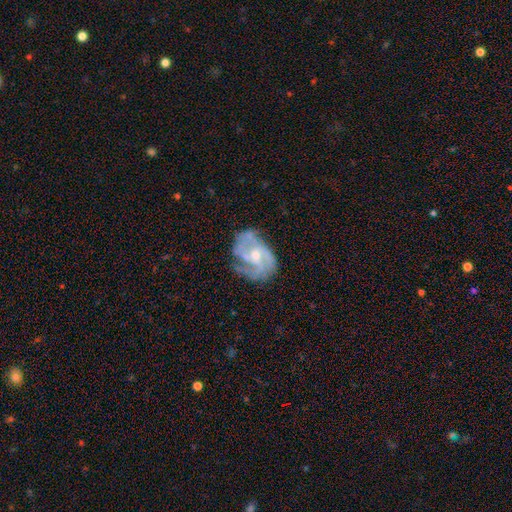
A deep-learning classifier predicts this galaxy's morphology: Smooth or featured? Predicted: featured or disk (p=0.83). Edge-on disk? Predicted: no (p=0.98). Bar? Predicted: no (p=0.55). Spiral arms? Predicted: yes (p=0.90). Spiral winding? Predicted: medium (p=0.46). Spiral arm count? Predicted: 3 (p=0.30). Bulge size? Predicted: moderate (p=0.51). Merging? Predicted: none (p=0.55).